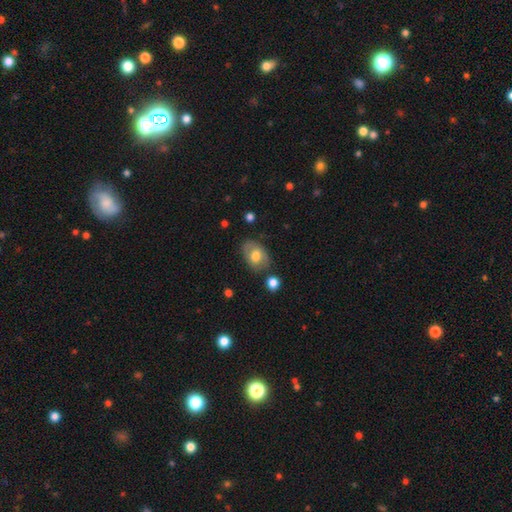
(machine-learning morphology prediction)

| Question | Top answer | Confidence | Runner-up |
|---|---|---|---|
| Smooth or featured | smooth | 63% | featured or disk (30%) |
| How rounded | in between | 78% | round (21%) |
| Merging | none | 72% | minor disturbance (19%) |